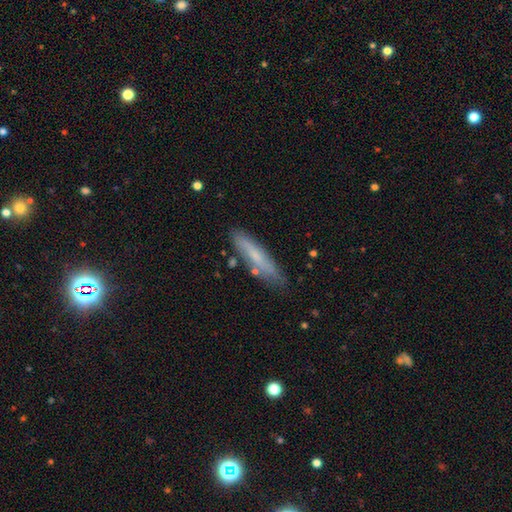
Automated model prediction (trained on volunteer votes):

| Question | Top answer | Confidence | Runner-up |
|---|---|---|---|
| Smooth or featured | smooth | 61% | featured or disk (32%) |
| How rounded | cigar-shaped | 84% | in between (14%) |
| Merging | none | 77% | minor disturbance (16%) |